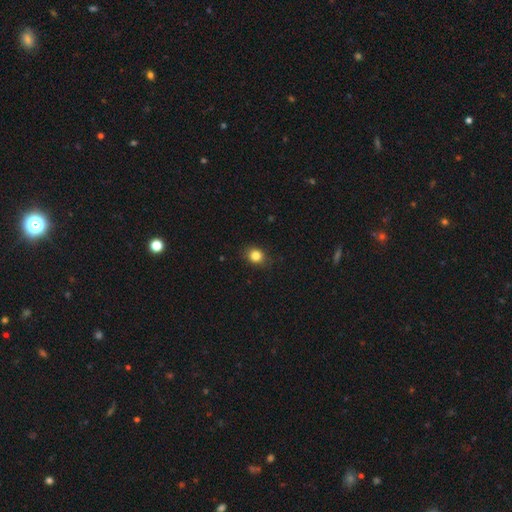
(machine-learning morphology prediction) This appears to be a smooth galaxy with no disk features (83%) that is round (67%). Merging: none (87%).